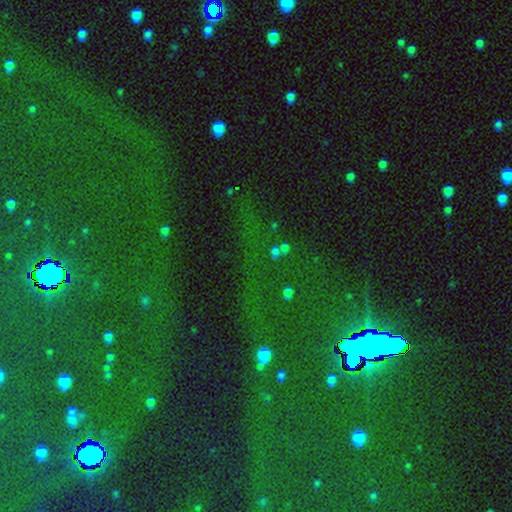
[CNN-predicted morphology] Q: Smooth or featured?
A: star or artifact (81%); runner-up: smooth (10%)